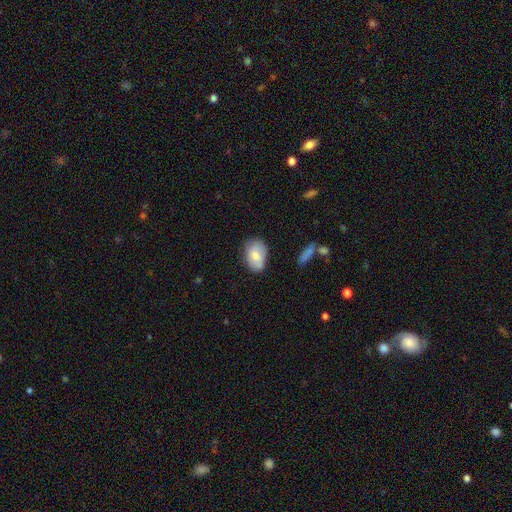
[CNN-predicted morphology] This appears to be a smooth galaxy with no disk features (75%) that is in between round and cigar-shaped (86%). Merging: none (69%).